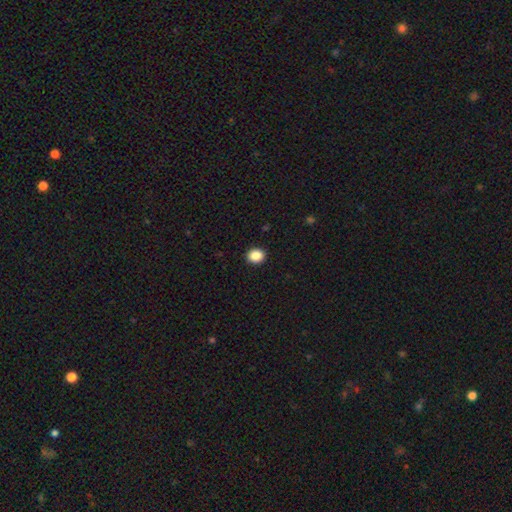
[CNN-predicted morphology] A smooth galaxy with no disk features (88%) that is round (65%).

Vote fractions:
- Smooth or featured? smooth: 88% / star or artifact: 9% / featured or disk: 3%
- How rounded? round: 65% / in between: 35% / cigar-shaped: 1%
- Merging? none: 92% / minor disturbance: 5% / major disturbance: 2% / merger: 1%